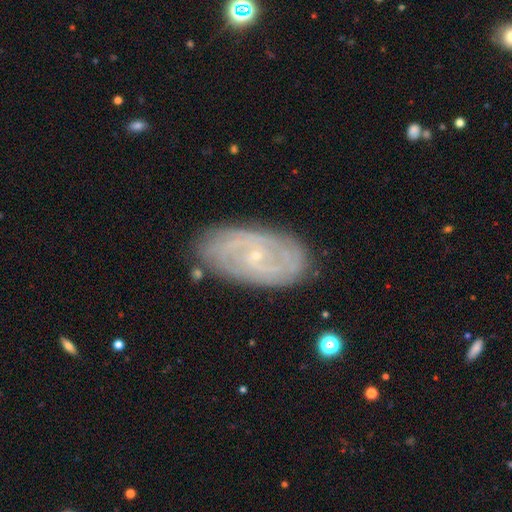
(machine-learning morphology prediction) A featured or disk galaxy (78%) with no bar (67%), tight (63%) spiral arms (87%) and a small central bulge (87%).

Vote fractions:
- Smooth or featured? featured or disk: 78% / smooth: 15% / star or artifact: 7%
- Edge-on disk? no: 94% / yes: 6%
- Bar? no: 67% / weak: 27% / strong: 6%
- Spiral arms? yes: 87% / no: 13%
- Spiral winding? tight: 63% / medium: 28% / loose: 9%
- Spiral arm count? can't tell: 40% / 2: 33% / 3: 10% / 4: 7% / more than 4: 5% / 1: 5%
- Bulge size? small: 87% / moderate: 9% / none: 2% / large: 1% / dominant: 1%
- Merging? none: 81% / minor disturbance: 15% / major disturbance: 3% / merger: 2%